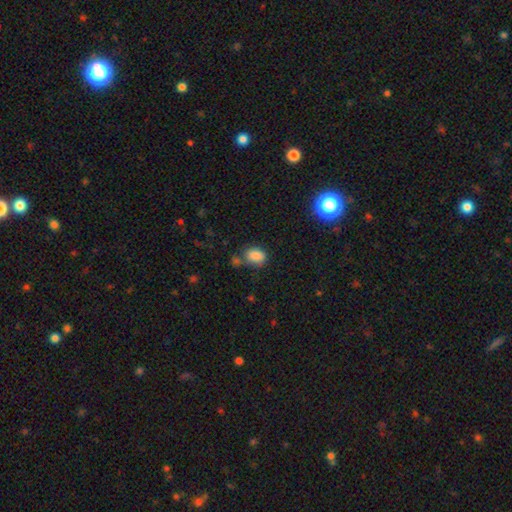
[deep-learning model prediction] A smooth galaxy with no disk features (85%) that is in between round and cigar-shaped (74%).

Vote fractions:
- Smooth or featured? smooth: 85% / star or artifact: 10% / featured or disk: 5%
- How rounded? in between: 74% / round: 25% / cigar-shaped: 1%
- Merging? none: 61% / minor disturbance: 19% / merger: 14% / major disturbance: 6%